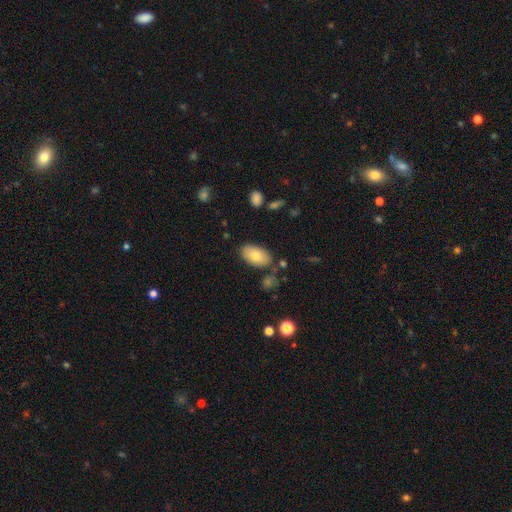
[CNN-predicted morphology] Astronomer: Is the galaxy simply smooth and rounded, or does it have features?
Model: smooth — 77%.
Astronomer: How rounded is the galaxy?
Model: in between — 94%.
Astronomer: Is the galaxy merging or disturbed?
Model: none — 79%.